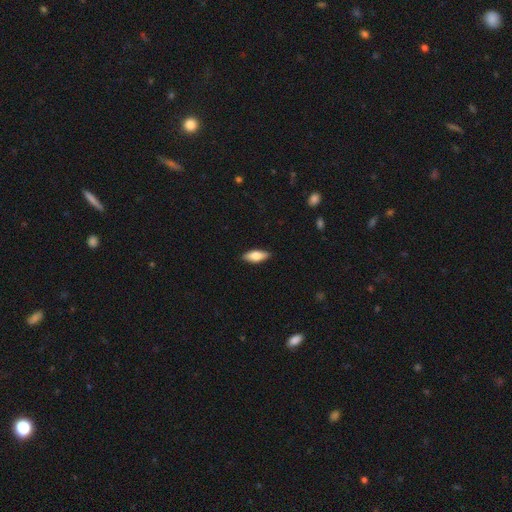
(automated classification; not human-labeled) Morphology: type=smooth (78%); roundness=in between (76%); merging=none (88%).